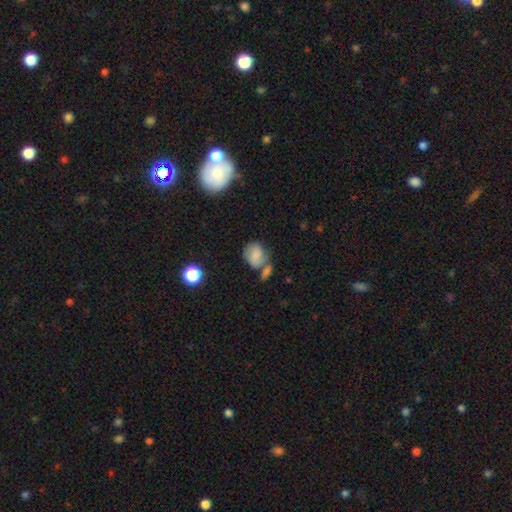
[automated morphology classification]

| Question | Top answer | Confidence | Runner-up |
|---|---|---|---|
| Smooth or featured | smooth | 73% | featured or disk (17%) |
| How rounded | in between | 53% | round (45%) |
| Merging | none | 37% | merger (32%) |